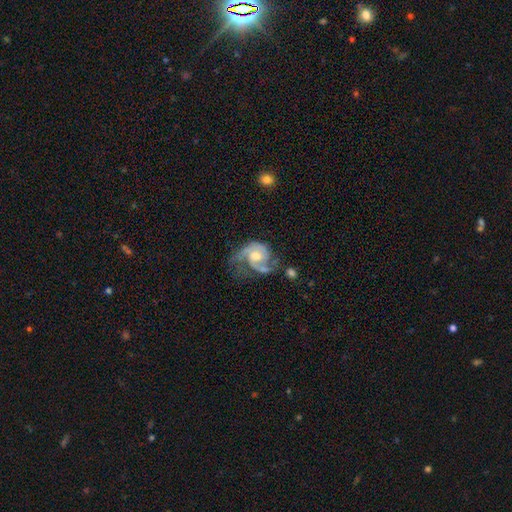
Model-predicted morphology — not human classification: Smooth or featured? featured or disk (87%)
Edge-on disk? no (98%)
Bar? no (62%)
Spiral arms? yes (96%)
Spiral winding? medium (49%)
Spiral arm count? 2 (65%)
Bulge size? moderate (64%)
Merging? none (42%)